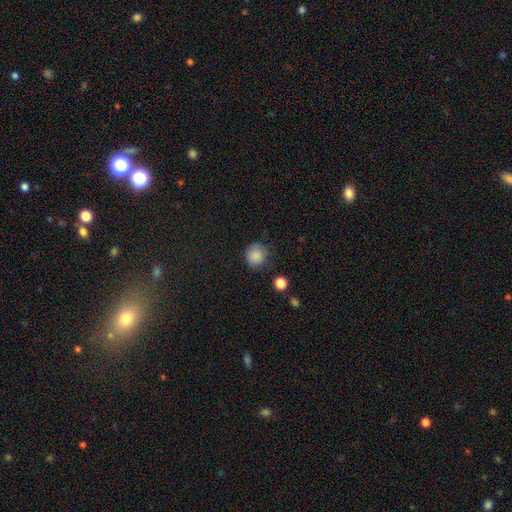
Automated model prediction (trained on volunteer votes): Smooth or featured?
  - smooth: 86% *
  - star or artifact: 10%
  - featured or disk: 4%
How rounded?
  - round: 89% *
  - in between: 10%
  - cigar-shaped: 1%
Merging?
  - none: 75% *
  - minor disturbance: 18%
  - major disturbance: 4%
  - merger: 2%